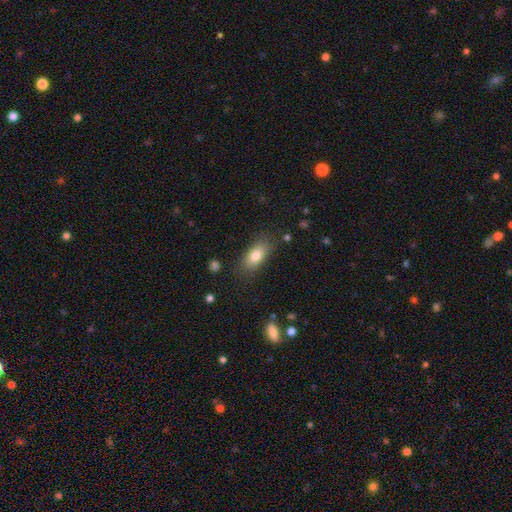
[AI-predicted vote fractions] This appears to be a smooth galaxy with no disk features (78%) that is in between round and cigar-shaped (83%). Merging: none (80%).